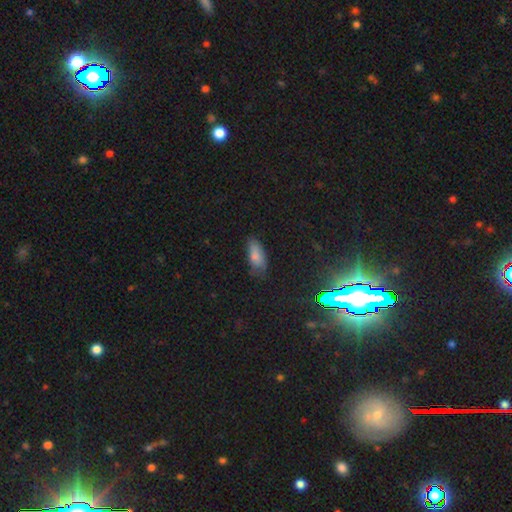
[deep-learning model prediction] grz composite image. It shows a smooth galaxy with no disk features (77%) that is in between round and cigar-shaped (84%). Merging: none (65%).